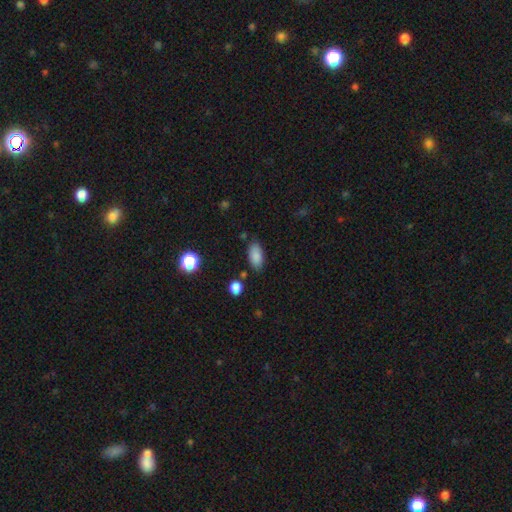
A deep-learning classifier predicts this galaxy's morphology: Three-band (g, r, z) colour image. It shows a smooth galaxy with no disk features (86%) that is in between round and cigar-shaped (91%). Merging: none (79%).